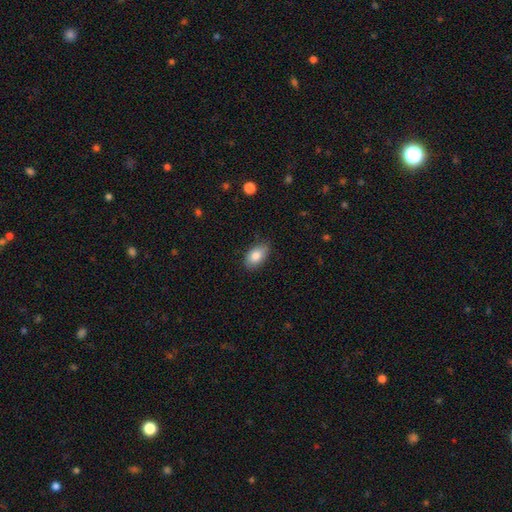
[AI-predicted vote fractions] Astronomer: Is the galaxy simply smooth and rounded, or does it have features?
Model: smooth — 84%.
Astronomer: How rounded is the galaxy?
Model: in between — 91%.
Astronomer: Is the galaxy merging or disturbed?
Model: none — 80%.